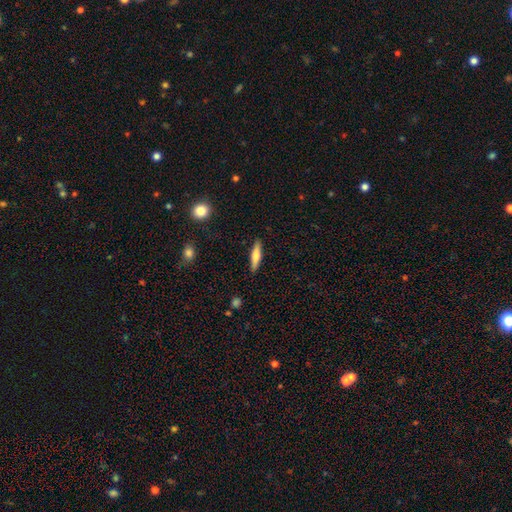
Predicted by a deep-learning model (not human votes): Q: Smooth or featured?
A: smooth (58%); runner-up: featured or disk (36%)
Q: How rounded?
A: cigar-shaped (79%); runner-up: in between (19%)
Q: Merging?
A: none (89%); runner-up: minor disturbance (8%)